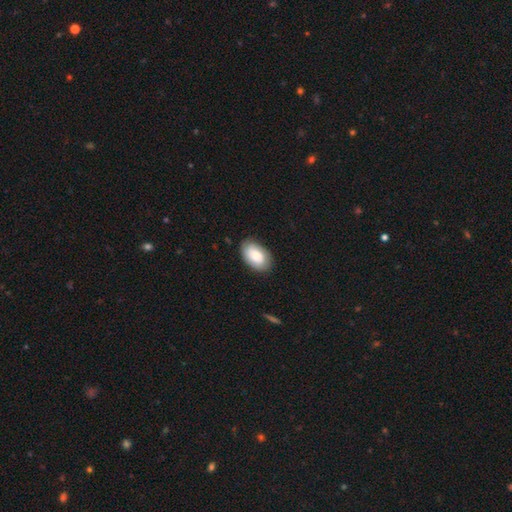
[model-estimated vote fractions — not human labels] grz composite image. It shows a smooth galaxy with no disk features (76%) that is in between round and cigar-shaped (92%). Merging: none (81%).